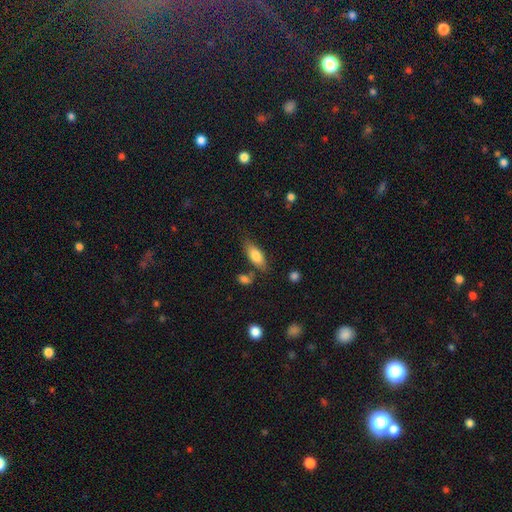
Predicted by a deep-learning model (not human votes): smooth-or-featured: smooth: 79% | featured or disk: 15% | star or artifact: 7%
  how-rounded: in between: 78% | cigar-shaped: 19% | round: 3%
  merging: none: 71% | minor disturbance: 17% | merger: 8% | major disturbance: 5%